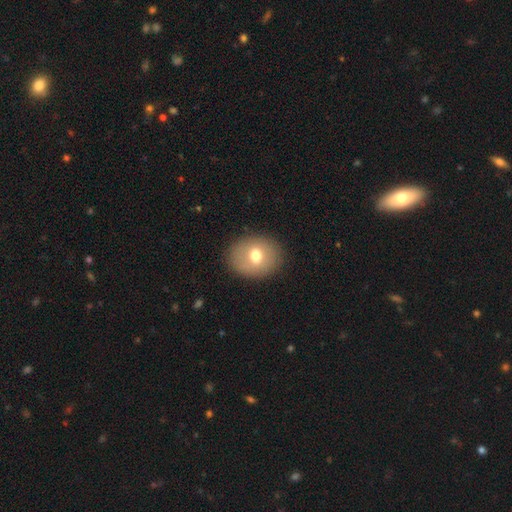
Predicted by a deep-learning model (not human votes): Overall: smooth (68%). How rounded: round (57%; in between 43%). Merging: none (87%).